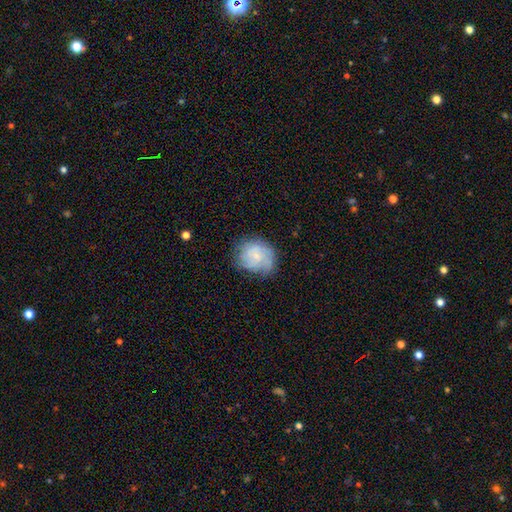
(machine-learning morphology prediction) featured or disk 49%, smooth 43%, star or artifact 9%. Down the decision tree: merging — none (62%).